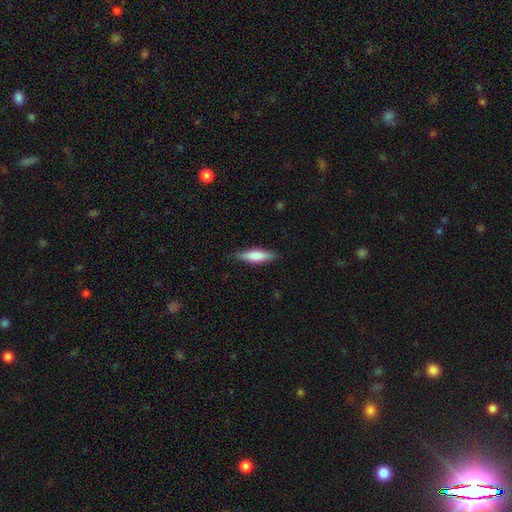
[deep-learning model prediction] The model was most divided on "how rounded": cigar-shaped: 60%, in between: 39%, round: 2%. More confident: merging — none (86%); smooth or featured — smooth (69%).